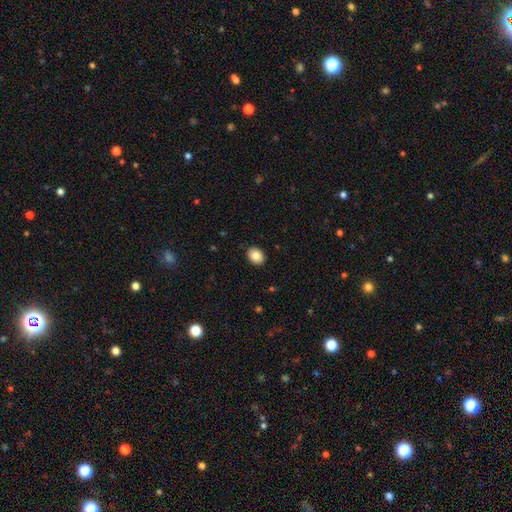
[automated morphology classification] A smooth galaxy with no disk features (85%) that is in between round and cigar-shaped (64%). Merging: none (90%).